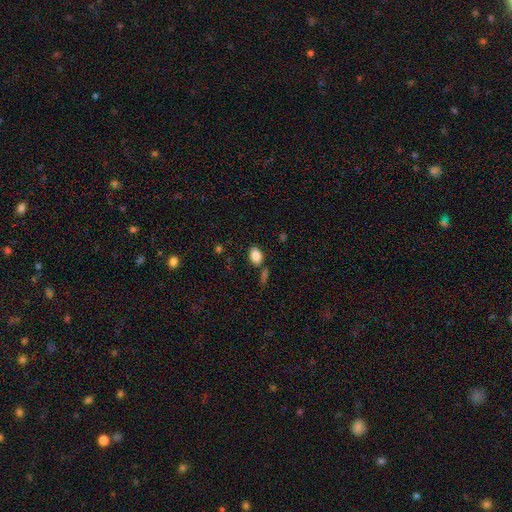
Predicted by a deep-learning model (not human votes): smooth-or-featured: smooth: 85% | star or artifact: 8% | featured or disk: 7%
  how-rounded: in between: 81% | round: 18% | cigar-shaped: 1%
  merging: none: 73% | minor disturbance: 13% | merger: 11% | major disturbance: 4%